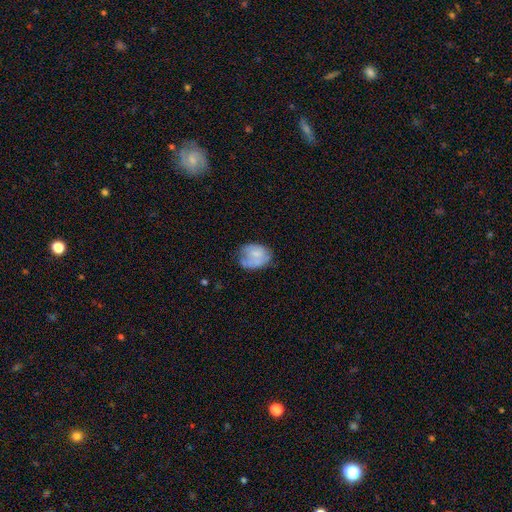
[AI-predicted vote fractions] Smooth or featured: smooth — 61% (featured or disk — 31%)
How rounded: in between — 63% (round — 36%)
Merging: none — 45% (minor disturbance — 33%)